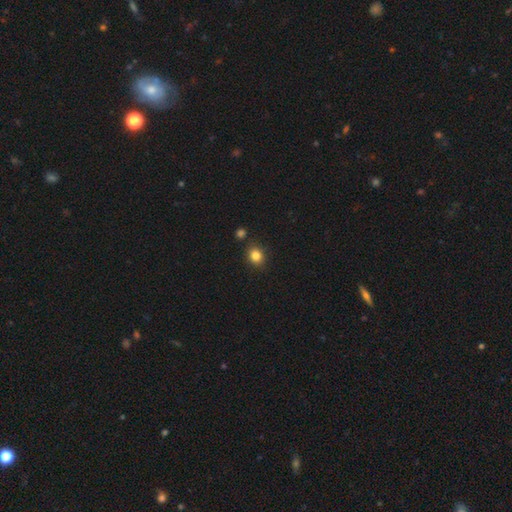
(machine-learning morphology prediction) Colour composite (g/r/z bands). It shows a smooth galaxy with no disk features (83%) that is round (74%). Merging: none (85%).